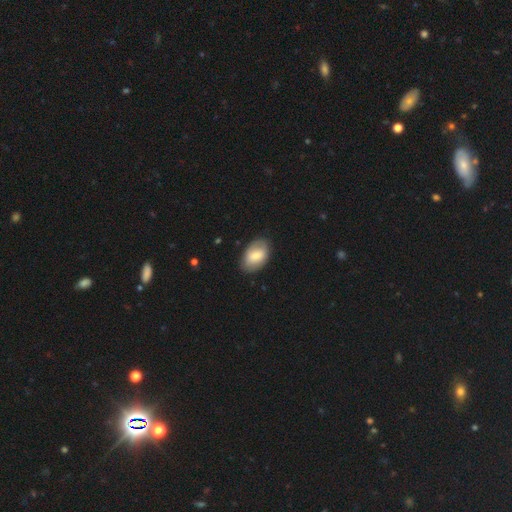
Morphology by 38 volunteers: Smooth or featured?
  - smooth: 79% *
  - featured or disk: 18%
  - star or artifact: 3%
How rounded?
  - in between: 93% *
  - round: 7%
  - cigar-shaped: 0%
Merging?
  - none: 70% *
  - minor disturbance: 22%
  - major disturbance: 8%
  - merger: 0%